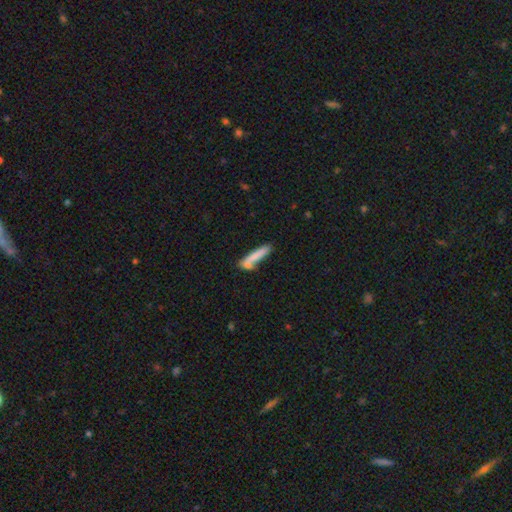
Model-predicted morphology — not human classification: type=smooth (74%); roundness=cigar-shaped (89%); merging=none (58%).